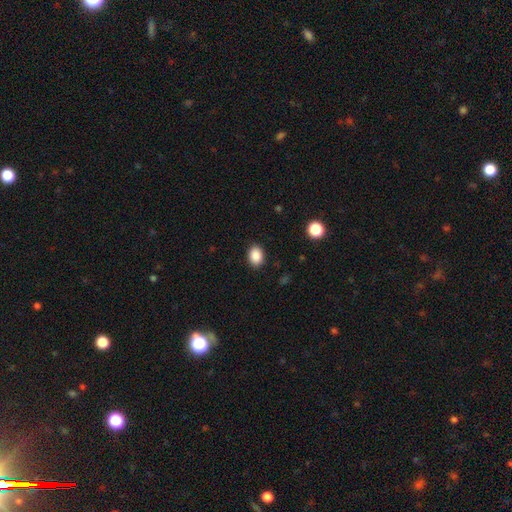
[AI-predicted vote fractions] smooth-or-featured: smooth: 88% | star or artifact: 9% | featured or disk: 3%
  how-rounded: in between: 70% | round: 29% | cigar-shaped: 1%
  merging: none: 89% | minor disturbance: 8% | major disturbance: 2% | merger: 1%